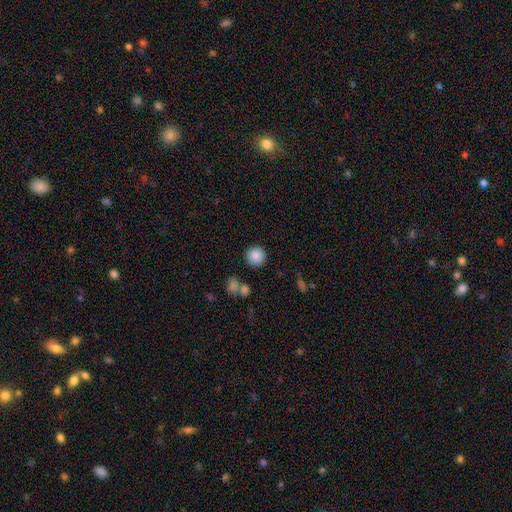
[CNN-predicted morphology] A smooth galaxy with no disk features (87%) that is round (93%).

Vote fractions:
- Smooth or featured? smooth: 87% / star or artifact: 9% / featured or disk: 4%
- How rounded? round: 93% / in between: 6% / cigar-shaped: 1%
- Merging? none: 85% / minor disturbance: 7% / merger: 4% / major disturbance: 3%